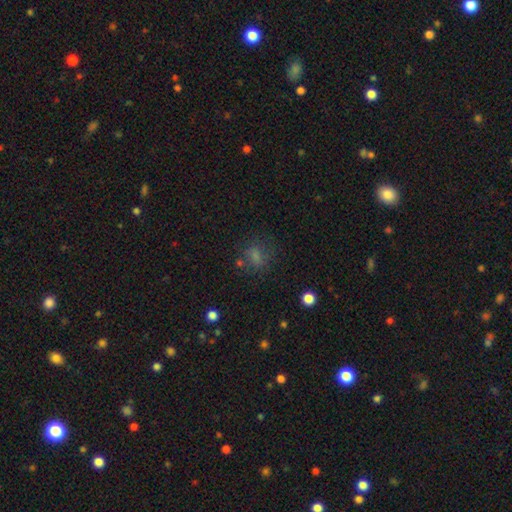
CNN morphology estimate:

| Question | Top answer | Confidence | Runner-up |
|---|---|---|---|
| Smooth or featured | smooth | 58% | star or artifact (29%) |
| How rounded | round | 53% | in between (43%) |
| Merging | none | 71% | minor disturbance (16%) |